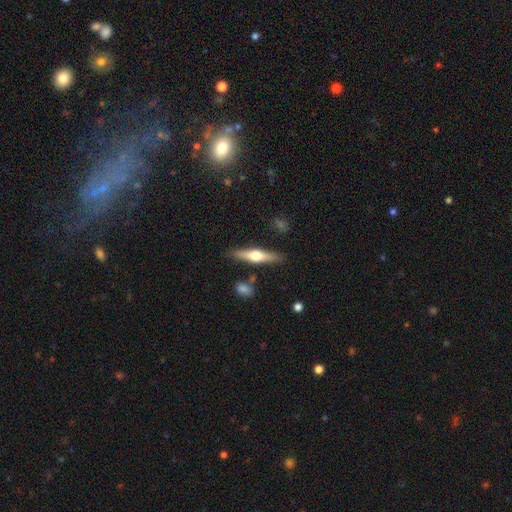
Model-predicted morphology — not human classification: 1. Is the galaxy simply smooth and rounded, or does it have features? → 58% featured or disk, 36% smooth, 6% star or artifact.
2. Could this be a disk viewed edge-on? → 95% yes, 5% no.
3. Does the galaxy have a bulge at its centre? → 94% rounded, 3% boxy, 3% none.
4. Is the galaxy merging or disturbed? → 85% none, 9% minor disturbance, 3% merger, 2% major disturbance.